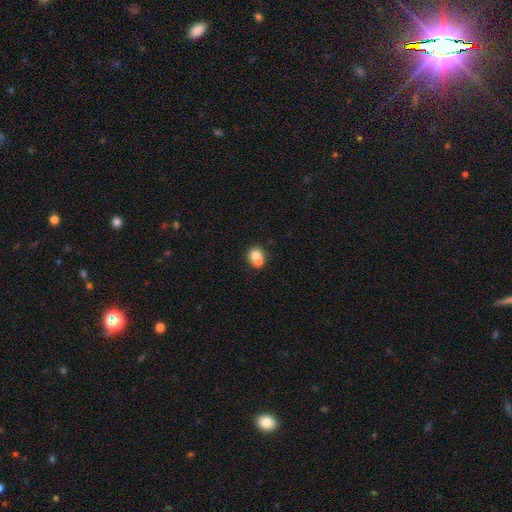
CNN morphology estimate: A smooth galaxy with no disk features (70%) that is round (78%).

Vote fractions:
- Smooth or featured? smooth: 70% / featured or disk: 20% / star or artifact: 10%
- How rounded? round: 78% / in between: 21% / cigar-shaped: 1%
- Merging? merger: 58% / none: 34% / minor disturbance: 6% / major disturbance: 2%